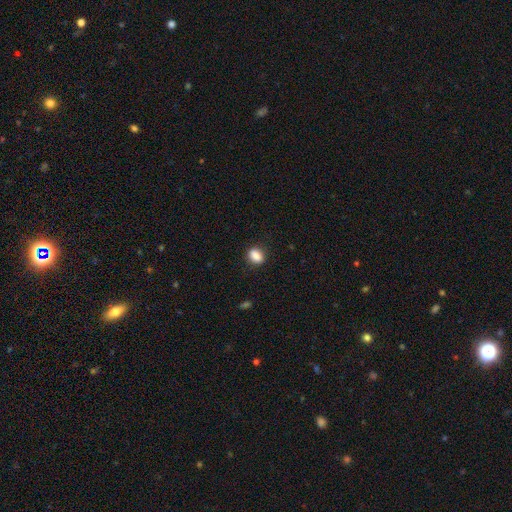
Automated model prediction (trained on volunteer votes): Q: Smooth or featured?
A: smooth (87%); runner-up: star or artifact (8%)
Q: How rounded?
A: in between (68%); runner-up: round (30%)
Q: Merging?
A: none (85%); runner-up: minor disturbance (11%)